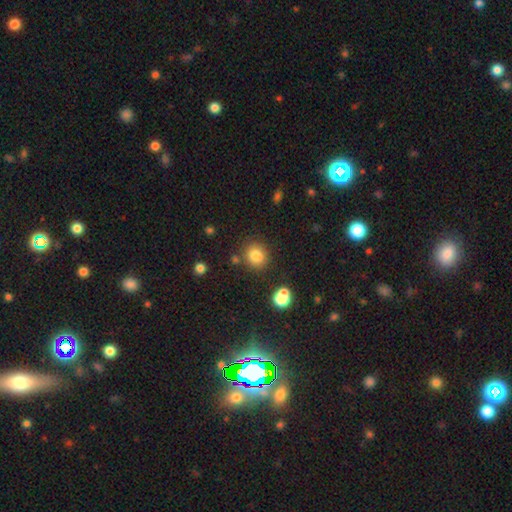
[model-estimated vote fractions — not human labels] Smooth or featured?
  - smooth: 82% *
  - star or artifact: 12%
  - featured or disk: 6%
How rounded?
  - round: 78% *
  - in between: 21%
  - cigar-shaped: 1%
Merging?
  - none: 79% *
  - minor disturbance: 11%
  - merger: 7%
  - major disturbance: 4%